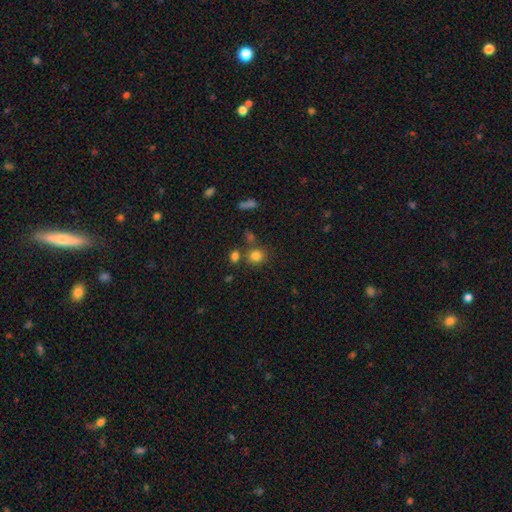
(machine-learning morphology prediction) Smooth or featured: smooth — 80% (star or artifact — 13%)
How rounded: round — 78% (in between — 21%)
Merging: none — 71% (merger — 15%)